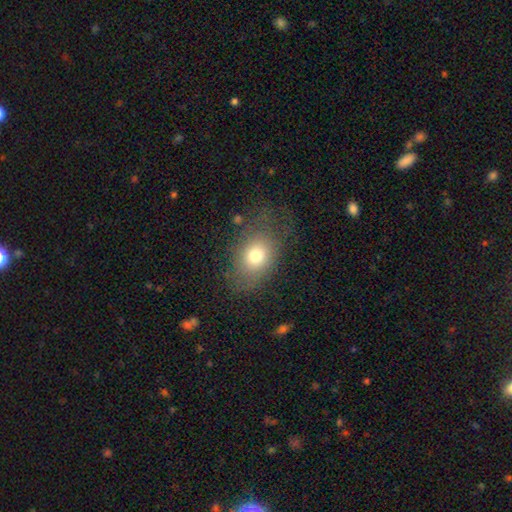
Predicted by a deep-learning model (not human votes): smooth_or_featured: smooth (p=0.73) [alt: featured or disk p=0.16]
how_rounded: in between (p=0.70) [alt: round p=0.28]
merging: none (p=0.65) [alt: minor disturbance p=0.20]